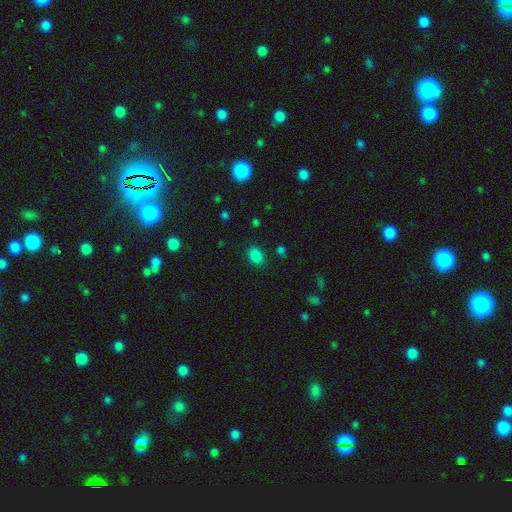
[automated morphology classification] This is clearly a smooth galaxy (83%). How rounded: likely in between (71%). Merging: clearly none (83%).